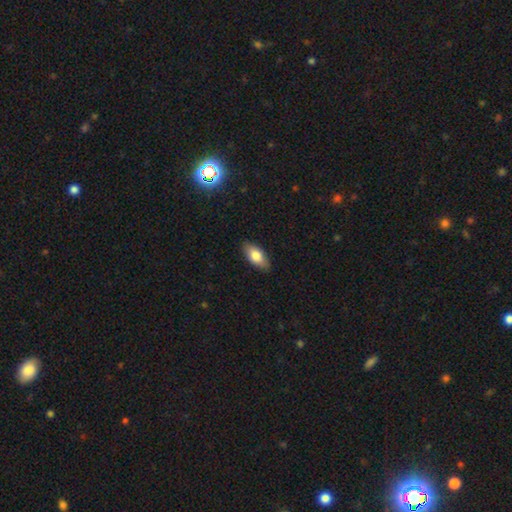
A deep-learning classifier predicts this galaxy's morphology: Smooth or featured?
  - smooth: 78% *
  - featured or disk: 15%
  - star or artifact: 7%
How rounded?
  - in between: 90% *
  - cigar-shaped: 7%
  - round: 3%
Merging?
  - none: 87% *
  - minor disturbance: 10%
  - major disturbance: 2%
  - merger: 1%